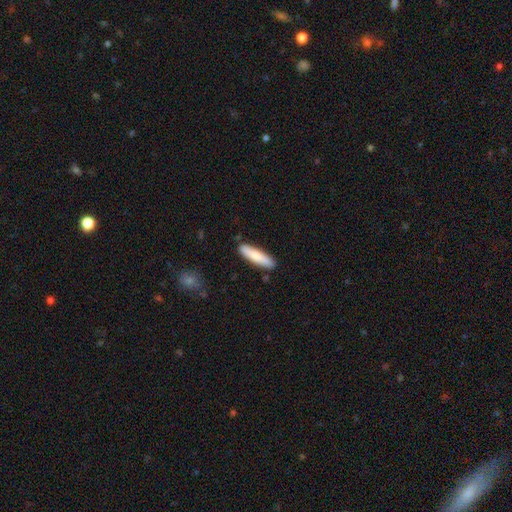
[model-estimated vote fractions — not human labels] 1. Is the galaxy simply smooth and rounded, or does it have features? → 80% smooth, 15% featured or disk, 5% star or artifact.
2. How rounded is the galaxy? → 77% cigar-shaped, 21% in between, 1% round.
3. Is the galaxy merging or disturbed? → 86% none, 10% minor disturbance, 2% merger, 2% major disturbance.